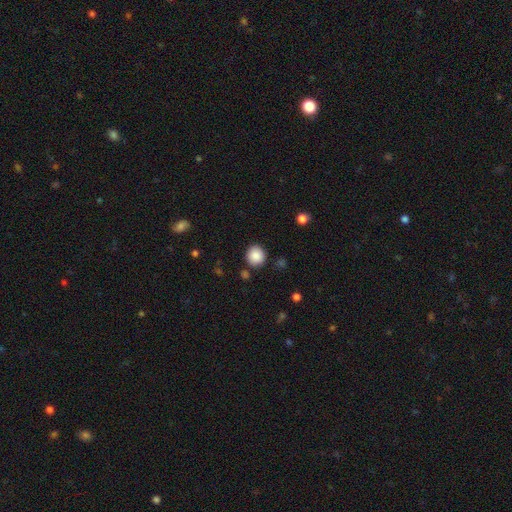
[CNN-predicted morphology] This is clearly a smooth galaxy (87%). How rounded: clearly round (88%). Merging: clearly none (86%).